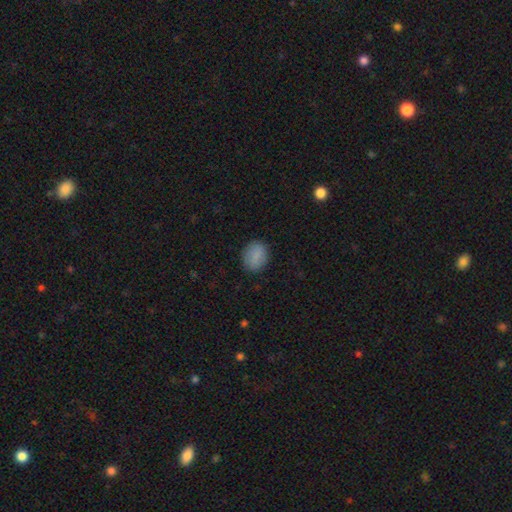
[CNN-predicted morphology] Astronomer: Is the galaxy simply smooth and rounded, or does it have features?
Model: smooth — 86%.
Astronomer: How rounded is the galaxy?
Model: round — 53% (runner-up: in between, 46%).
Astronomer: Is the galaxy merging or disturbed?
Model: none — 86%.